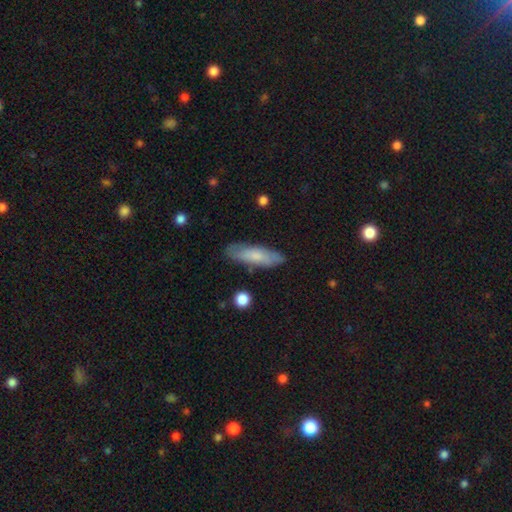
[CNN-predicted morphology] smooth_or_featured: smooth (p=0.68) [alt: featured or disk p=0.26]
how_rounded: cigar-shaped (p=0.57) [alt: in between p=0.41]
merging: none (p=0.81) [alt: minor disturbance p=0.14]